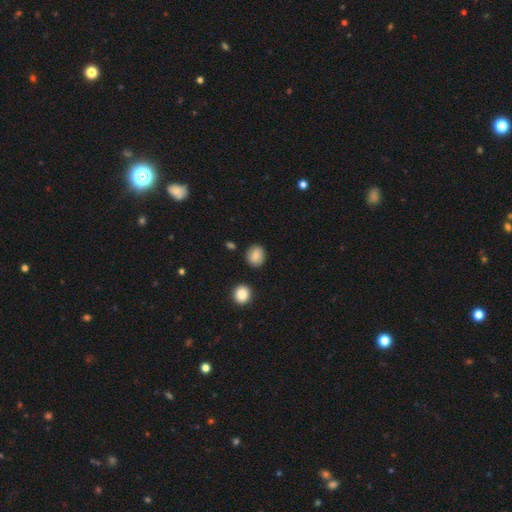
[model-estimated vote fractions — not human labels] smooth 83%, star or artifact 9%, featured or disk 8%. Down the decision tree: how rounded — round (73%); merging — none (85%).